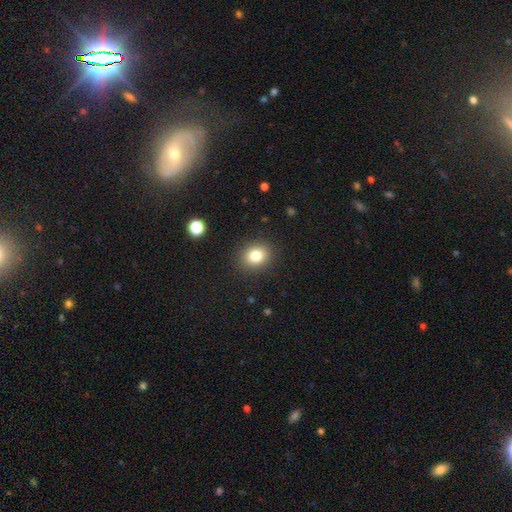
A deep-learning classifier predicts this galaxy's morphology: Smooth or featured? Predicted: smooth (p=0.81). How rounded? Predicted: round (p=0.63). Merging? Predicted: none (p=0.89).